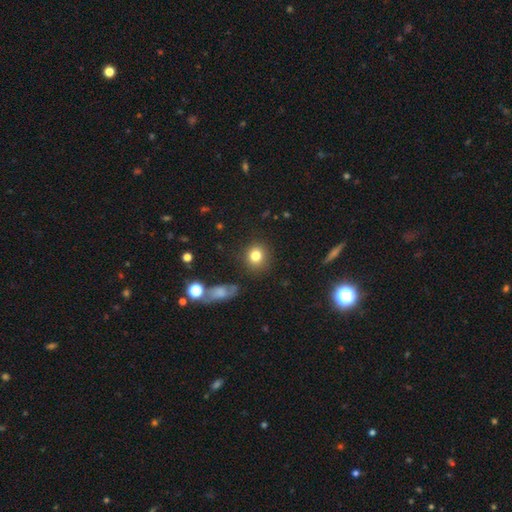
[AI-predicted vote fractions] This appears to be a smooth galaxy with no disk features (81%) that is round (84%). Merging: none (86%).